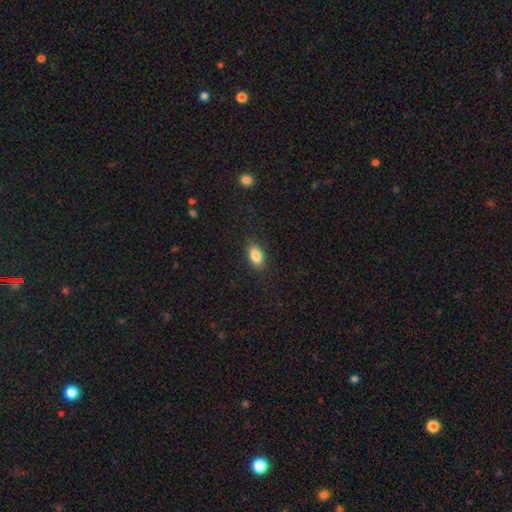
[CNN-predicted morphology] This appears to be a smooth galaxy with no disk features (84%) that is in between round and cigar-shaped (88%). Merging: none (85%).